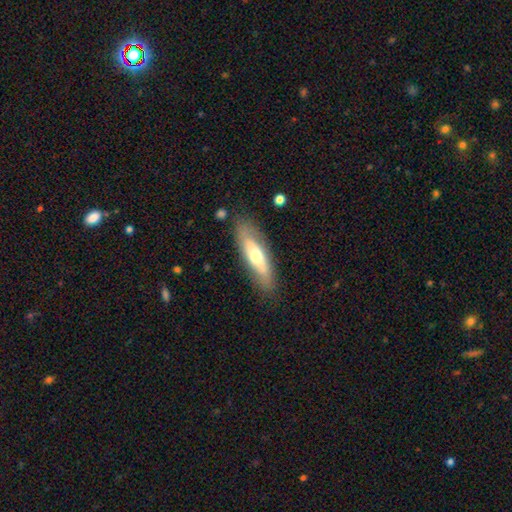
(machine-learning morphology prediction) The model was most divided on "smooth or featured": smooth: 50%, featured or disk: 45%, star or artifact: 6%. More confident: merging — none (80%).